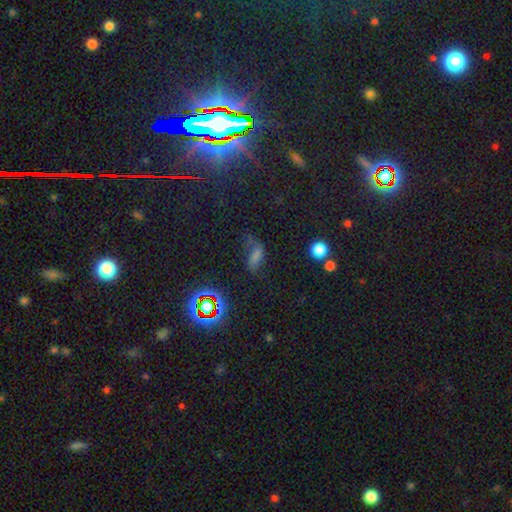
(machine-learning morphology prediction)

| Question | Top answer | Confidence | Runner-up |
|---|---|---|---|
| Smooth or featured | smooth | 47% | star or artifact (31%) |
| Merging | none | 41% | major disturbance (27%) |